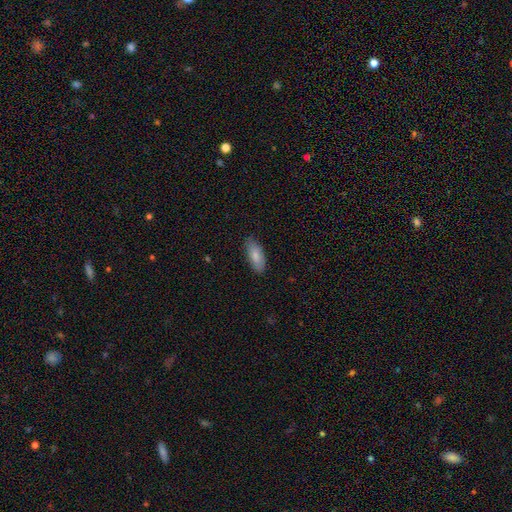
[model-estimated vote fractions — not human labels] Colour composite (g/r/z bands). It shows a smooth galaxy with no disk features (82%) that is in between round and cigar-shaped (80%). Merging: none (85%).